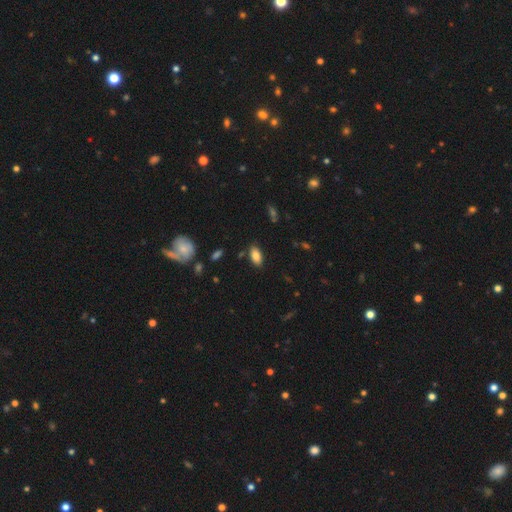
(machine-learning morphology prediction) This appears to be a smooth galaxy with no disk features (85%) that is in between round and cigar-shaped (92%). Merging: none (85%).